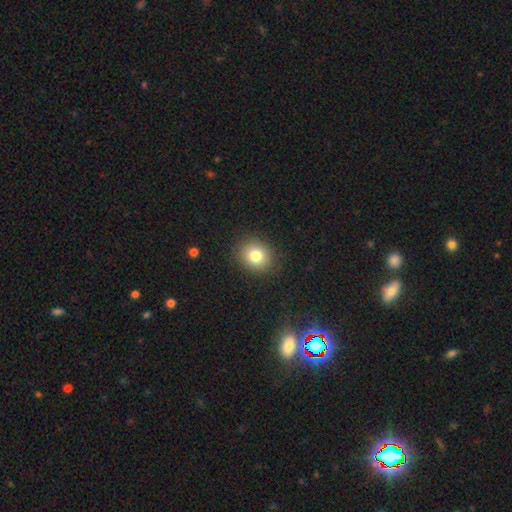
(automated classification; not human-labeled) A smooth galaxy with no disk features (80%) that is round (71%). Merging: none (88%).